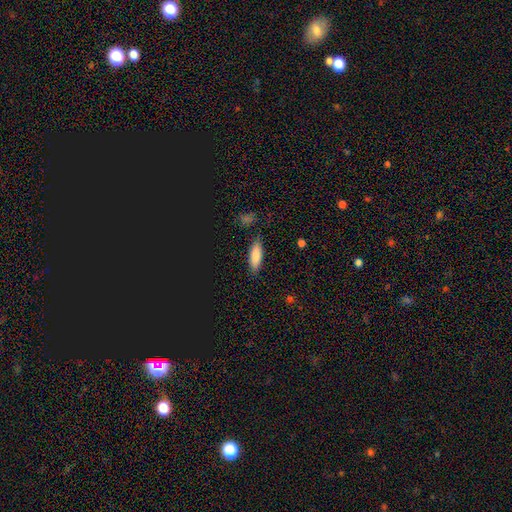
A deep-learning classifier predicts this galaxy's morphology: Smooth or featured? Predicted: smooth (p=0.82). How rounded? Predicted: in between (p=0.65). Merging? Predicted: none (p=0.82).